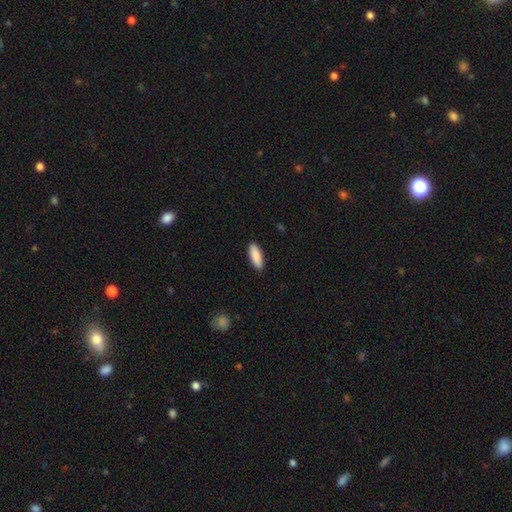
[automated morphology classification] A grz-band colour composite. It shows a smooth galaxy with no disk features (89%) that is in between round and cigar-shaped (60%). Merging: none (89%).